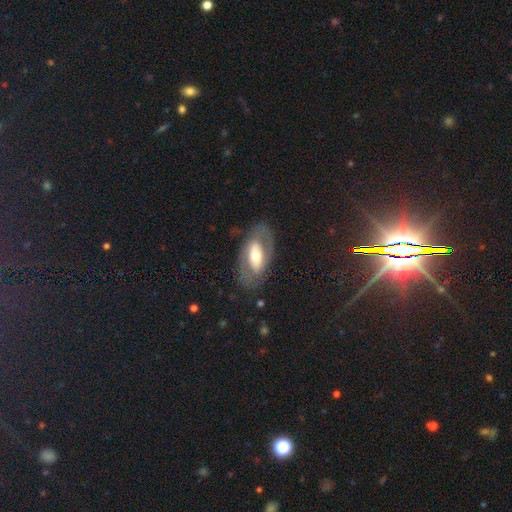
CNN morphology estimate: A featured or disk galaxy (61%) with no bar (41%), no spiral arms (57%) and a moderate central bulge (60%). Merging: none (74%).